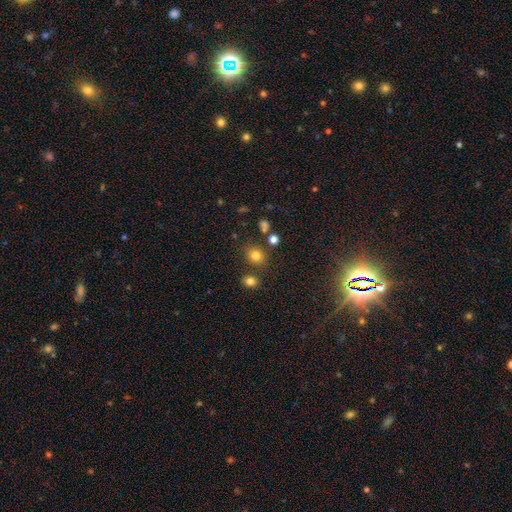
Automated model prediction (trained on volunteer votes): Smooth or featured?
  - smooth: 80% *
  - star or artifact: 14%
  - featured or disk: 7%
How rounded?
  - round: 66% *
  - in between: 33%
  - cigar-shaped: 1%
Merging?
  - none: 76% *
  - minor disturbance: 11%
  - merger: 10%
  - major disturbance: 4%